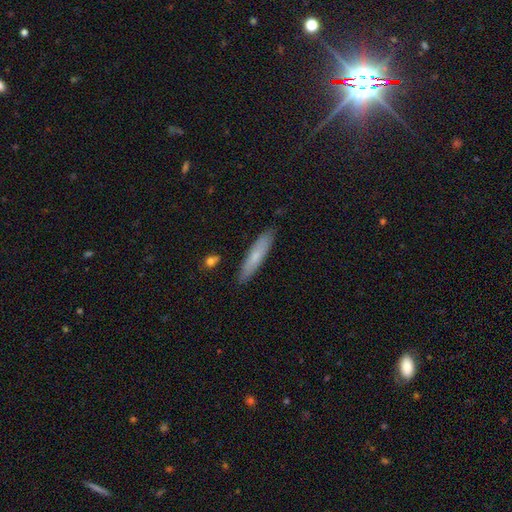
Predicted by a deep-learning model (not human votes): This appears to be a smooth galaxy with no disk features (67%) that is cigar-shaped (85%). Merging: none (87%).